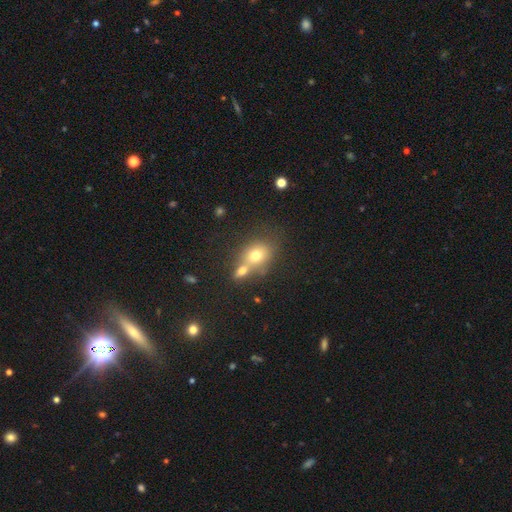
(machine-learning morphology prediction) The model was most divided on "merging": merger: 46%, none: 38%, minor disturbance: 11%, major disturbance: 5%. More confident: smooth or featured — smooth (71%); how rounded — round (54%).